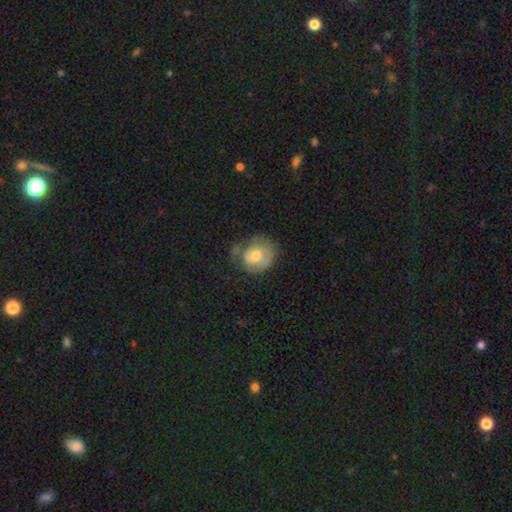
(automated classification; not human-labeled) Smooth or featured? smooth (56%)
How rounded? round (64%)
Merging? none (46%)